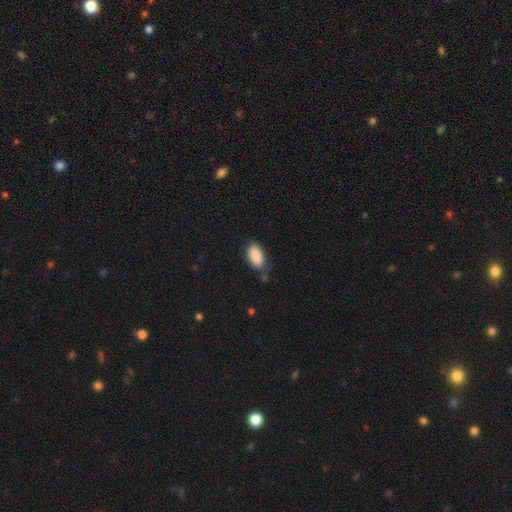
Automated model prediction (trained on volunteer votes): Overall: smooth (88%). How rounded: in between (94%). Merging: none (68%).